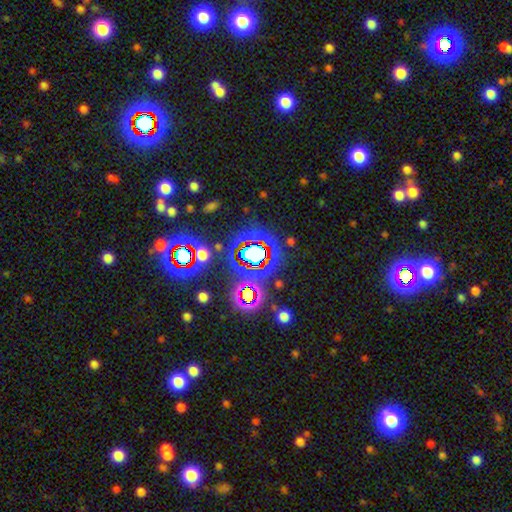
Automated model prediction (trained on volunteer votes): star or artifact 74%, smooth 14%, featured or disk 11%.